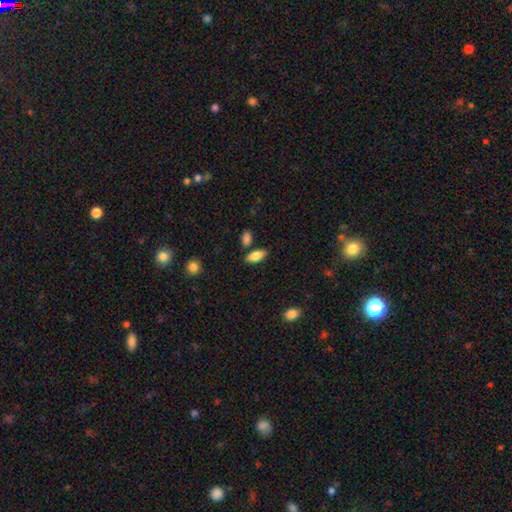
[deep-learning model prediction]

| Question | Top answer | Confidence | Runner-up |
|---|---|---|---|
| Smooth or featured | smooth | 81% | featured or disk (12%) |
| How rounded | in between | 86% | cigar-shaped (11%) |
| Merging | none | 80% | minor disturbance (11%) |